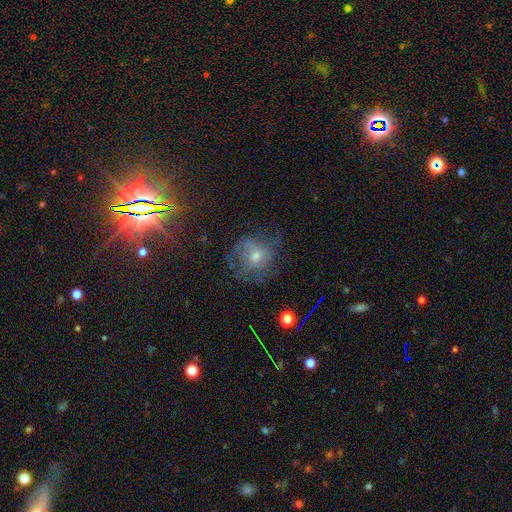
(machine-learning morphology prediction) smooth-or-featured: featured or disk: 41% | smooth: 33% | star or artifact: 26%
  merging: none: 58% | minor disturbance: 21% | major disturbance: 20% | merger: 2%